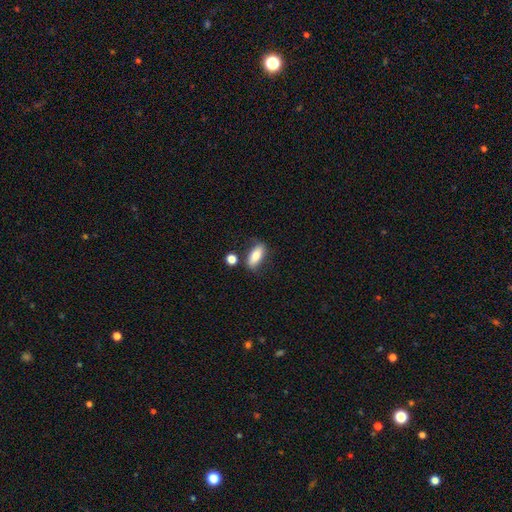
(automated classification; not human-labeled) A smooth galaxy with no disk features (80%) that is in between round and cigar-shaped (77%).

Vote fractions:
- Smooth or featured? smooth: 80% / featured or disk: 13% / star or artifact: 7%
- How rounded? in between: 77% / cigar-shaped: 19% / round: 4%
- Merging? none: 69% / minor disturbance: 17% / merger: 8% / major disturbance: 5%